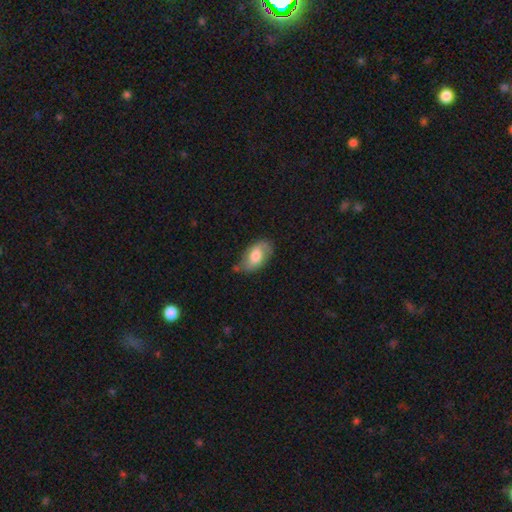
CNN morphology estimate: This is likely a smooth galaxy (60%). How rounded: clearly in between (93%). Merging: likely none (64%).